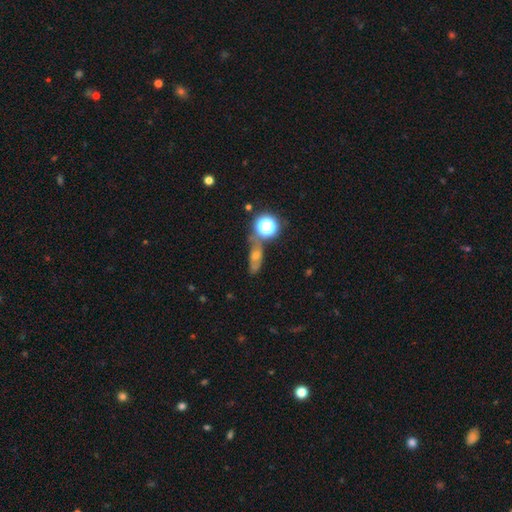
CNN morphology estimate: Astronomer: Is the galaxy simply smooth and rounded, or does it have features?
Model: star or artifact — 44% (runner-up: smooth, 32%).